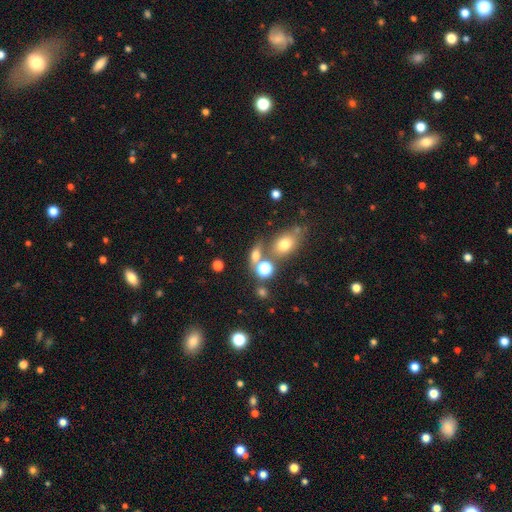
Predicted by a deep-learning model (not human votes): Smooth or featured: smooth — 61% (star or artifact — 21%)
How rounded: in between — 55% (round — 32%)
Merging: none — 57% (merger — 24%)